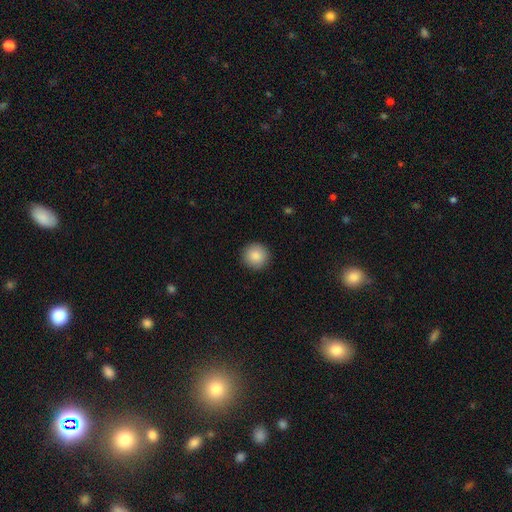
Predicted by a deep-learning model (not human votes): smooth-or-featured: smooth: 88% | star or artifact: 8% | featured or disk: 4%
  how-rounded: round: 95% | in between: 4% | cigar-shaped: 1%
  merging: none: 92% | minor disturbance: 5% | major disturbance: 2% | merger: 1%